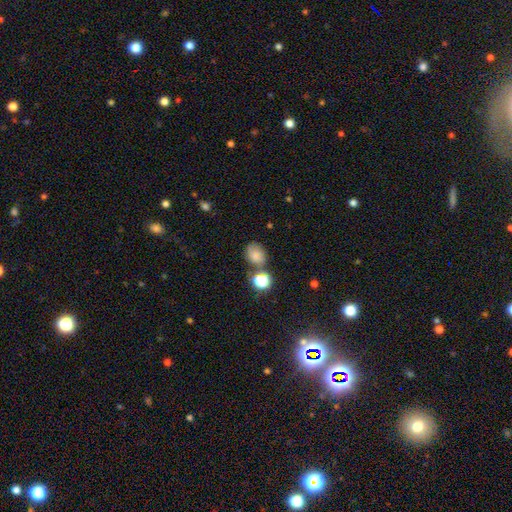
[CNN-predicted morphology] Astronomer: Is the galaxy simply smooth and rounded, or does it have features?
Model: smooth — 71%.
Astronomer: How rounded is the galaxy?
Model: in between — 55% (runner-up: round, 44%).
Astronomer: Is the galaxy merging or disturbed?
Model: none — 57%.